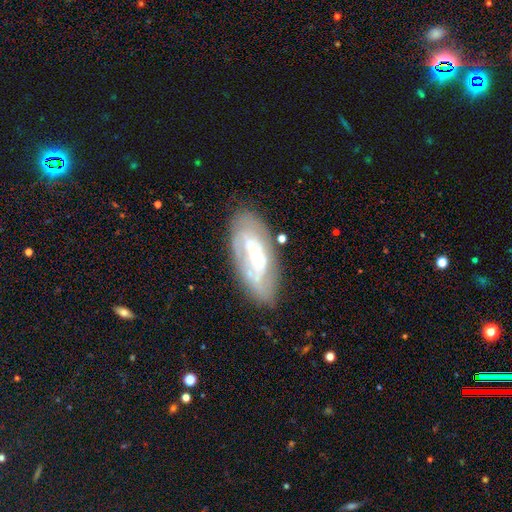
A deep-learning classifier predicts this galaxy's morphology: Smooth or featured: featured or disk — 74% (smooth — 20%)
Edge-on disk: no — 92% (yes — 8%)
Bar: no — 70% (weak — 22%)
Spiral arms: yes — 67% (no — 33%)
Bulge size: small — 68% (moderate — 26%)
Merging: none — 67% (minor disturbance — 20%)